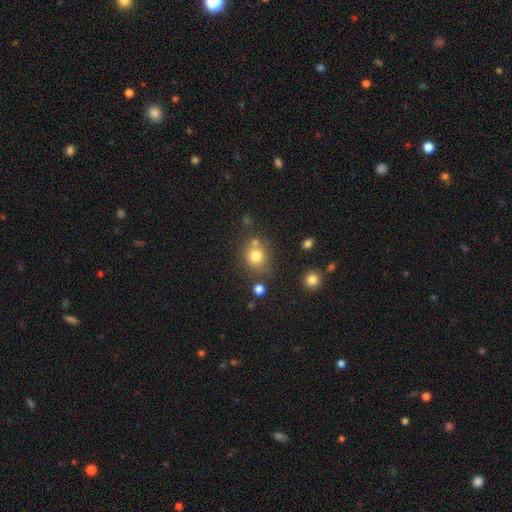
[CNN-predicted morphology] A smooth galaxy with no disk features (78%) that is round (81%). Merging: none (66%).